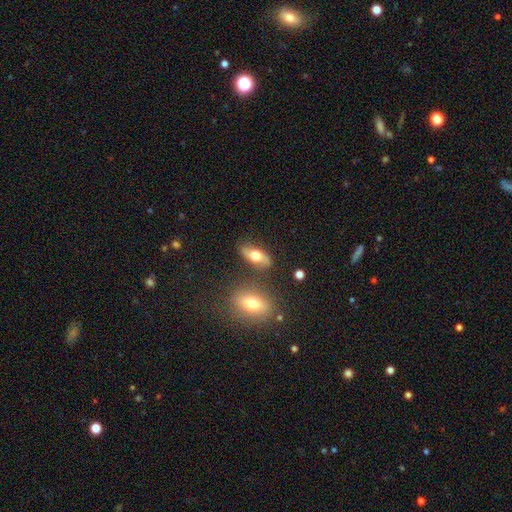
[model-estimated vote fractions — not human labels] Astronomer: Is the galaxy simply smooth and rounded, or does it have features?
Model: smooth — 54% (runner-up: featured or disk, 39%).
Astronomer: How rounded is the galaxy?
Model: in between — 82%.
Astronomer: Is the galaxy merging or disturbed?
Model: none — 75%.